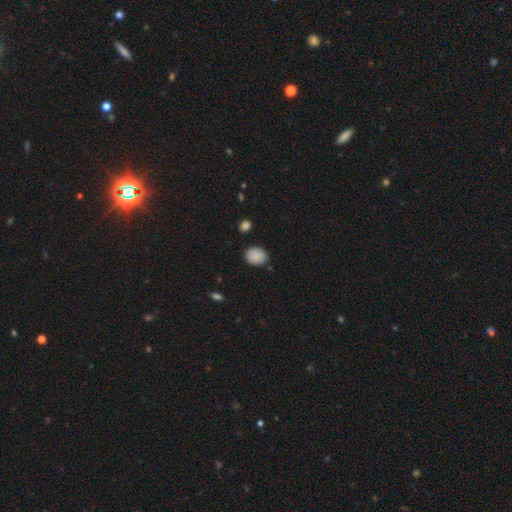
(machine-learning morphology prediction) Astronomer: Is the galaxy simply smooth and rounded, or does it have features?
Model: smooth — 88%.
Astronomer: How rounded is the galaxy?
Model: in between — 51% (runner-up: round, 48%).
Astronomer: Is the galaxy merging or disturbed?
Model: none — 83%.